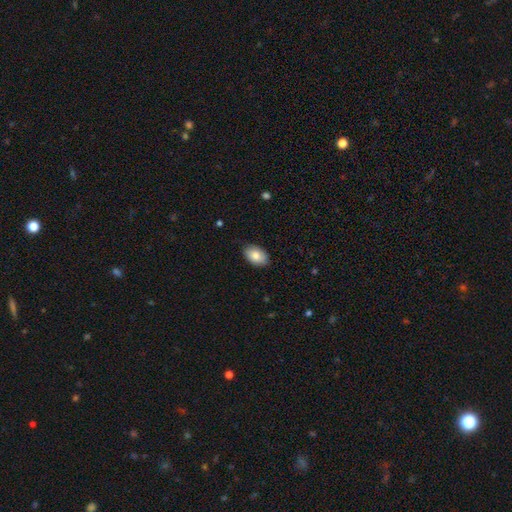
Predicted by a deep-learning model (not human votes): A smooth galaxy with no disk features (82%) that is in between round and cigar-shaped (90%). Merging: none (84%).